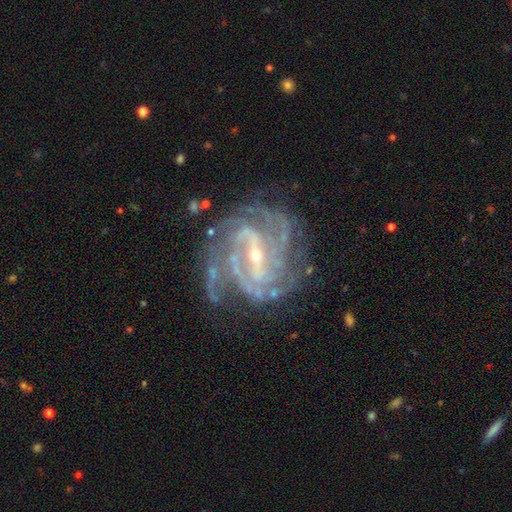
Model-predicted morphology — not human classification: Overall: featured or disk (92%). Edge-on disk: no (97%). Bar: strong (48%; weak 36%). Spiral arms: yes (98%). Spiral arm count: 4 (28%; 3 23%). Spiral winding: tight (52%; medium 40%). Bulge size: small (76%). Merging: none (67%).